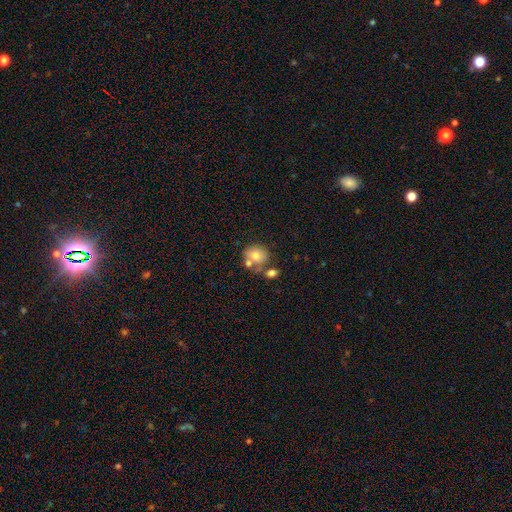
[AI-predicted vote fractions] smooth-or-featured: smooth: 72% | featured or disk: 18% | star or artifact: 9%
  how-rounded: round: 72% | in between: 27% | cigar-shaped: 1%
  merging: none: 48% | merger: 31% | minor disturbance: 15% | major disturbance: 6%